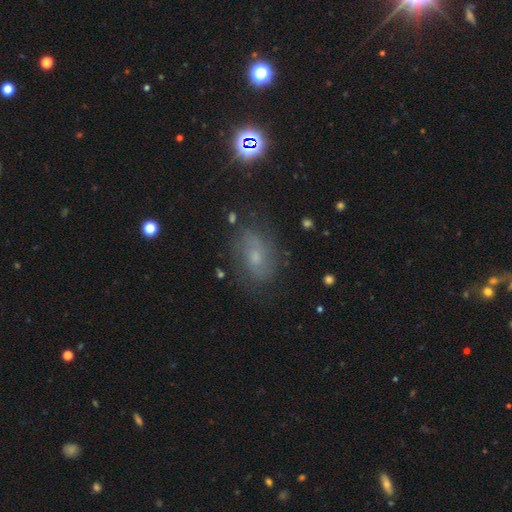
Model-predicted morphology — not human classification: type=featured or disk (44%); merging=none (69%).